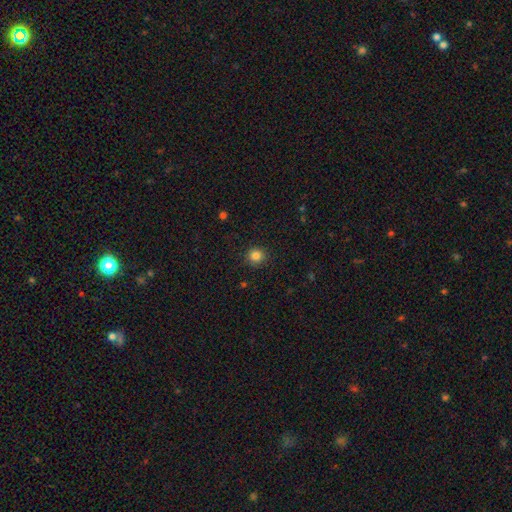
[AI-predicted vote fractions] smooth-or-featured: smooth: 84% | star or artifact: 12% | featured or disk: 4%
  how-rounded: round: 93% | in between: 6% | cigar-shaped: 1%
  merging: none: 91% | minor disturbance: 6% | major disturbance: 2% | merger: 1%